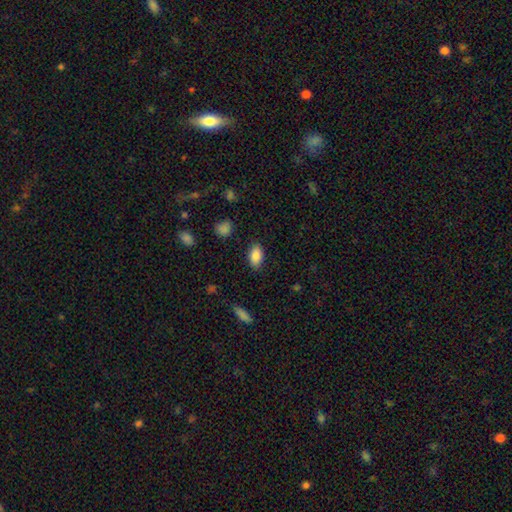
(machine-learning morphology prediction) The model was most divided on "merging": none: 86%, minor disturbance: 10%, major disturbance: 3%, merger: 1%. More confident: how rounded — in between (92%); smooth or featured — smooth (86%).